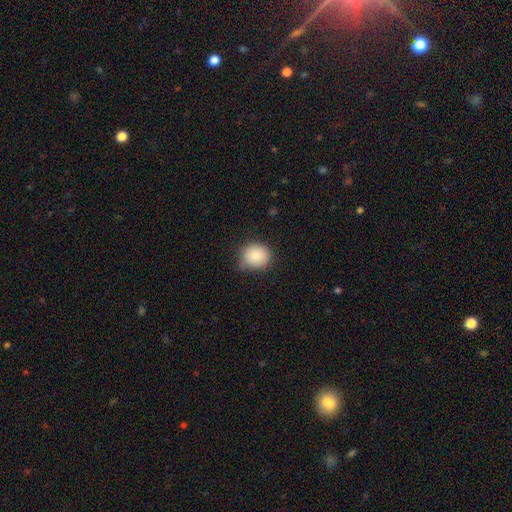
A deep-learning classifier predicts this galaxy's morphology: smooth-or-featured: smooth: 85% | star or artifact: 9% | featured or disk: 6%
  how-rounded: round: 78% | in between: 21% | cigar-shaped: 1%
  merging: none: 70% | minor disturbance: 25% | major disturbance: 4% | merger: 2%